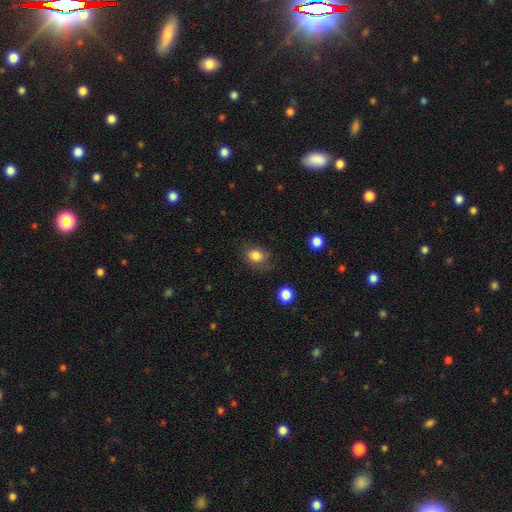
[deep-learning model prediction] This appears to be a smooth galaxy with no disk features (83%) that is round (57%). Merging: none (68%).